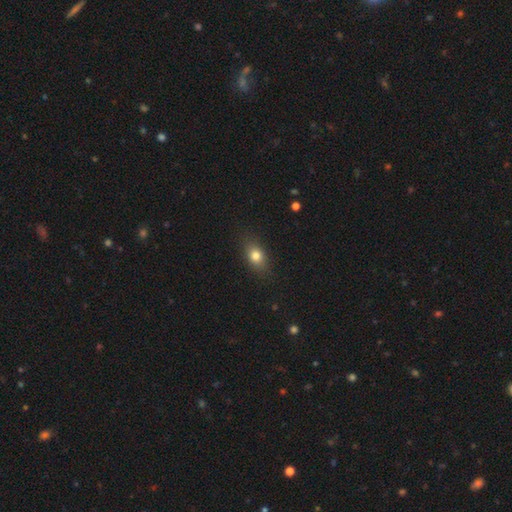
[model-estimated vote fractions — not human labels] Smooth or featured?
  - smooth: 79% *
  - featured or disk: 11%
  - star or artifact: 10%
How rounded?
  - in between: 69% *
  - round: 26%
  - cigar-shaped: 5%
Merging?
  - none: 83% *
  - minor disturbance: 12%
  - major disturbance: 3%
  - merger: 1%